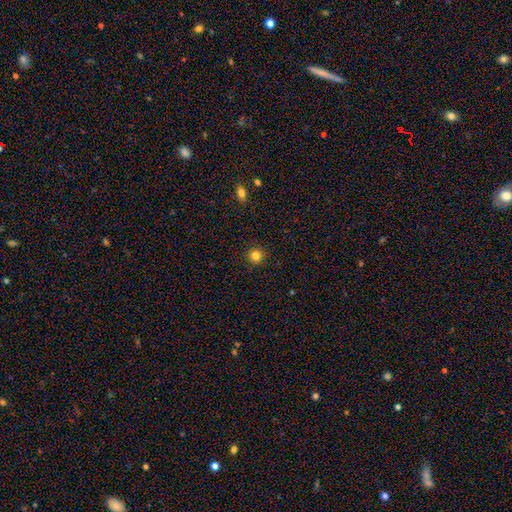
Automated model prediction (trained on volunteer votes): Morphology: type=smooth (83%); roundness=round (95%); merging=none (92%).